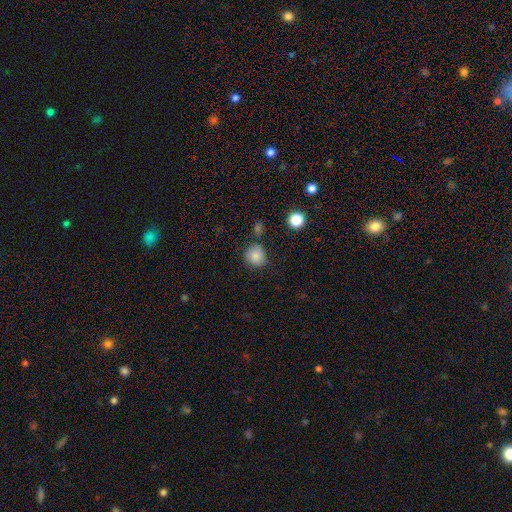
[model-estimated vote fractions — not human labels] Morphology: type=smooth (84%); roundness=round (88%); merging=none (75%).